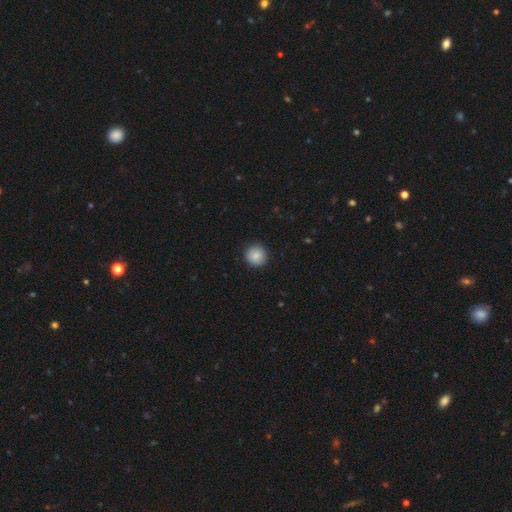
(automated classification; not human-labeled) Q: Smooth or featured?
A: smooth (87%); runner-up: star or artifact (8%)
Q: How rounded?
A: round (94%); runner-up: in between (5%)
Q: Merging?
A: none (90%); runner-up: minor disturbance (7%)